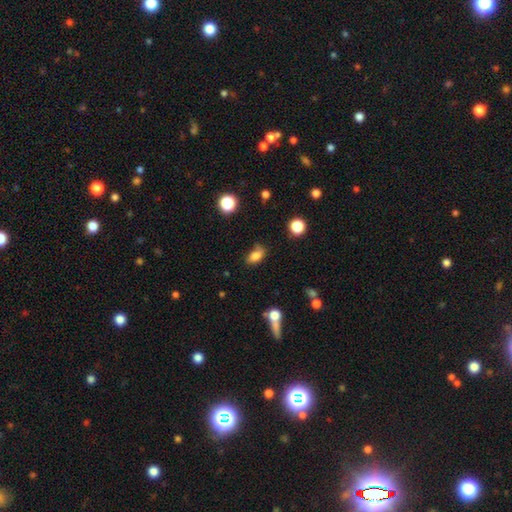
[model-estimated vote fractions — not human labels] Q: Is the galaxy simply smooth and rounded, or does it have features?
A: smooth — 81%.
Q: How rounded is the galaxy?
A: in between — 86%.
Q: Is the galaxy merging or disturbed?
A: none — 63%.